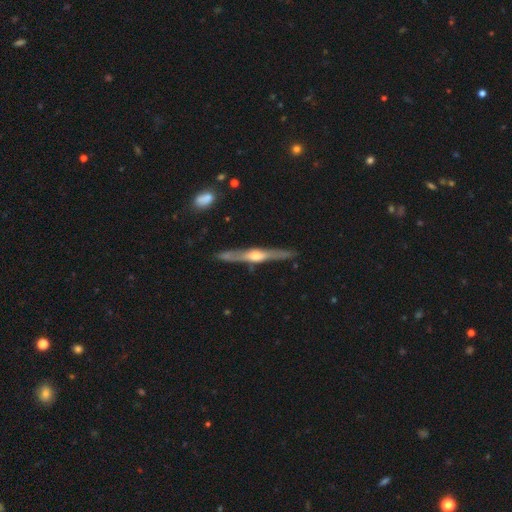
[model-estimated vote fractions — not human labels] featured or disk 77%, smooth 18%, star or artifact 5%. Down the decision tree: edge-on disk — yes (97%); edge-on bulge — rounded (90%); merging — none (88%).